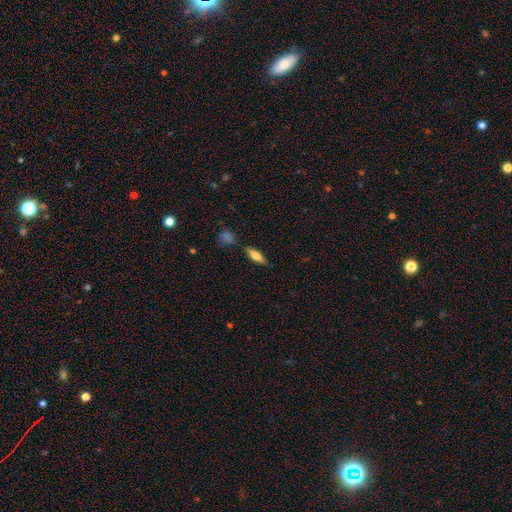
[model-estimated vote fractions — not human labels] Overall: smooth (67%). How rounded: in between (56%; cigar-shaped 41%). Merging: none (79%).